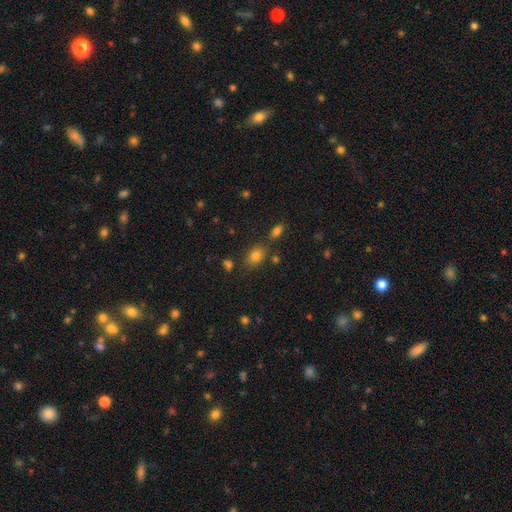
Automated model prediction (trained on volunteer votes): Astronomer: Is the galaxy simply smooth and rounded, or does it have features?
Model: smooth — 79%.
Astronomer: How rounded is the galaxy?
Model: in between — 71%.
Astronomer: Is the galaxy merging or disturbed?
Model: none — 72%.